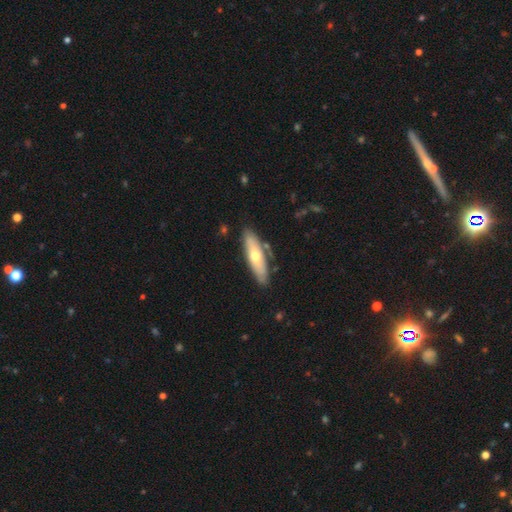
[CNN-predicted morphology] The model was most divided on "smooth or featured": smooth: 52%, featured or disk: 43%, star or artifact: 6%. More confident: merging — none (78%); how rounded — cigar-shaped (53%).